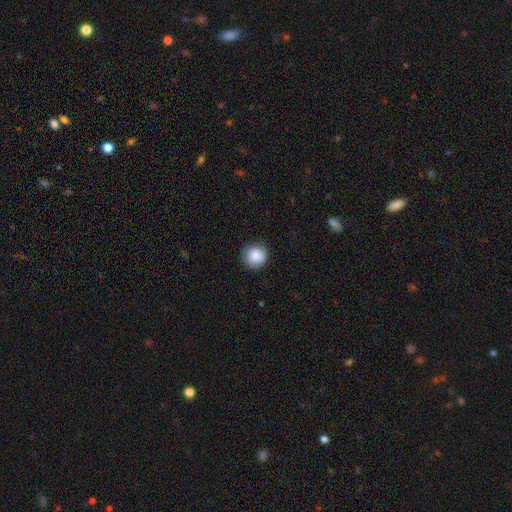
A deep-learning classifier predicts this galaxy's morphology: The model was most divided on "merging": none: 82%, minor disturbance: 14%, major disturbance: 3%, merger: 1%. More confident: how rounded — round (93%); smooth or featured — smooth (87%).